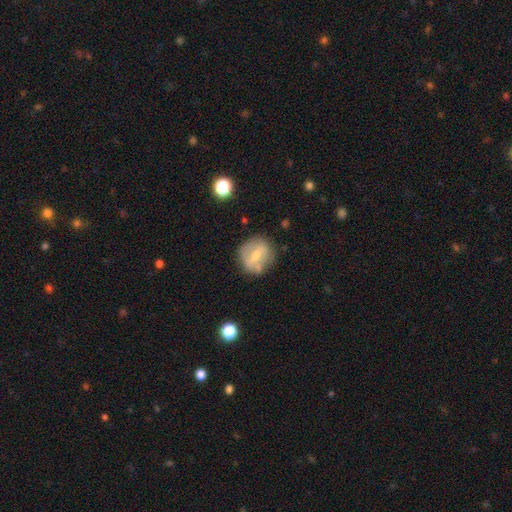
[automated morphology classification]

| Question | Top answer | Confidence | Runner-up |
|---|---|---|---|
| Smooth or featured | smooth | 46% | featured or disk (45%) |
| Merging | none | 70% | minor disturbance (20%) |